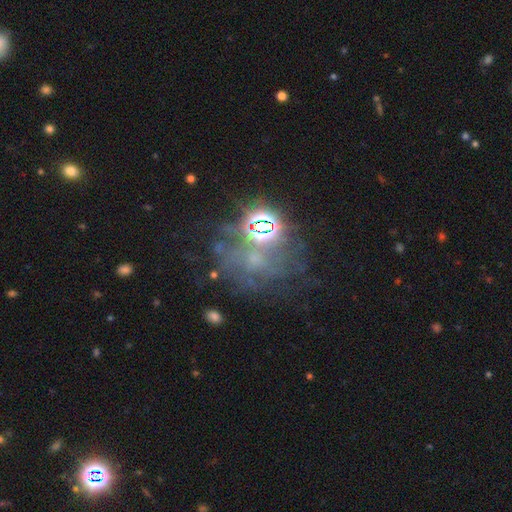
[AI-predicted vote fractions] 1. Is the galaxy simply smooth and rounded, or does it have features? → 47% star or artifact, 34% featured or disk, 19% smooth.